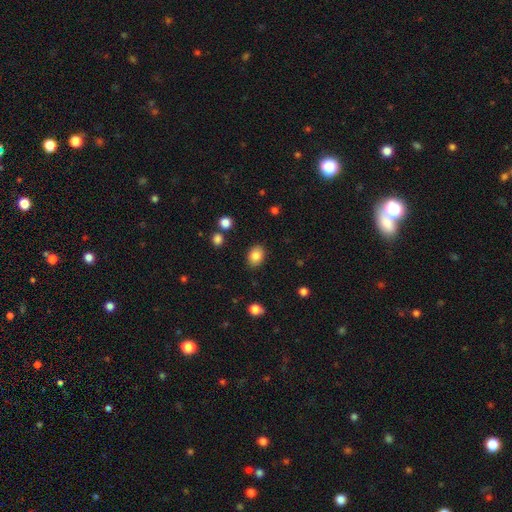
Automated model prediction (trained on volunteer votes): This appears to be a smooth galaxy with no disk features (84%) that is in between round and cigar-shaped (66%). Merging: none (87%).